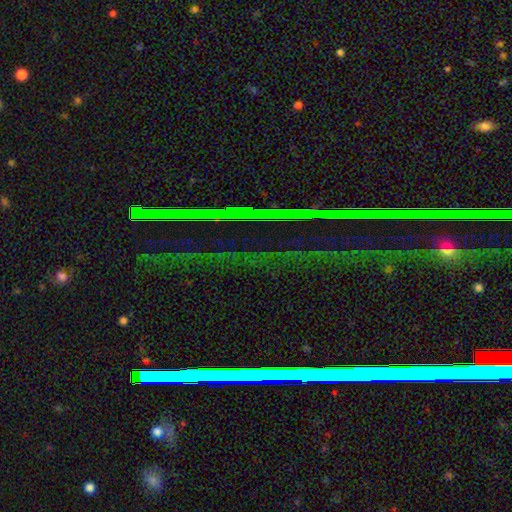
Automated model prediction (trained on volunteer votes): Smooth or featured: star or artifact — 82% (featured or disk — 11%)